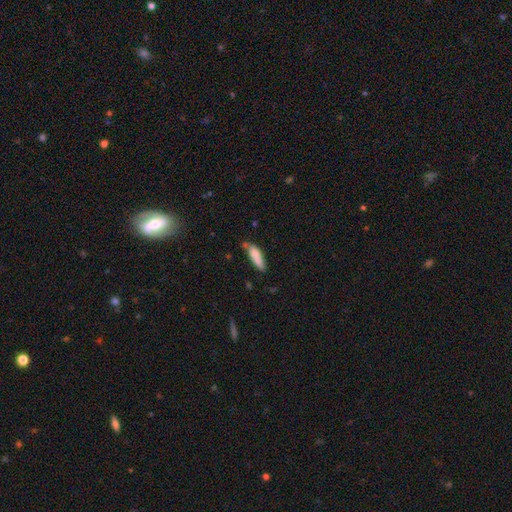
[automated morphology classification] smooth_or_featured: smooth (p=0.78) [alt: featured or disk p=0.15]
how_rounded: cigar-shaped (p=0.54) [alt: in between p=0.44]
merging: none (p=0.53) [alt: minor disturbance p=0.32]